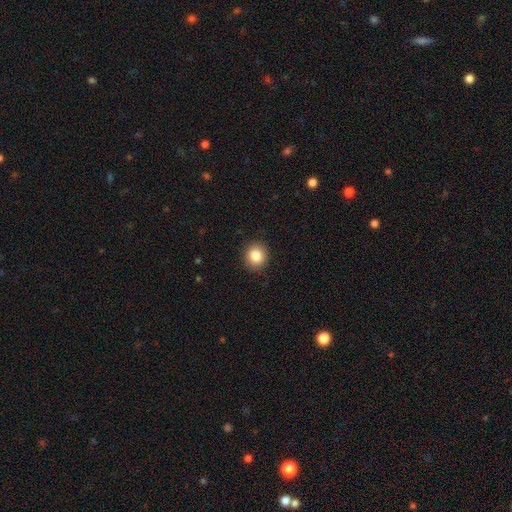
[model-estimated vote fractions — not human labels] Smooth or featured? smooth (85%)
How rounded? round (83%)
Merging? none (90%)